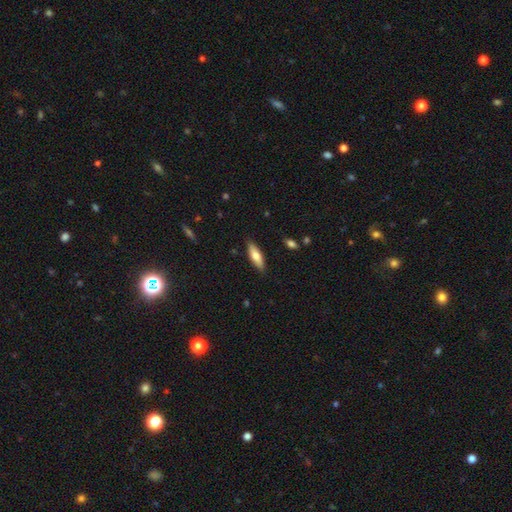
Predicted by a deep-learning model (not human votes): Smooth or featured? Predicted: smooth (p=0.71). How rounded? Predicted: in between (p=0.51). Merging? Predicted: none (p=0.87).